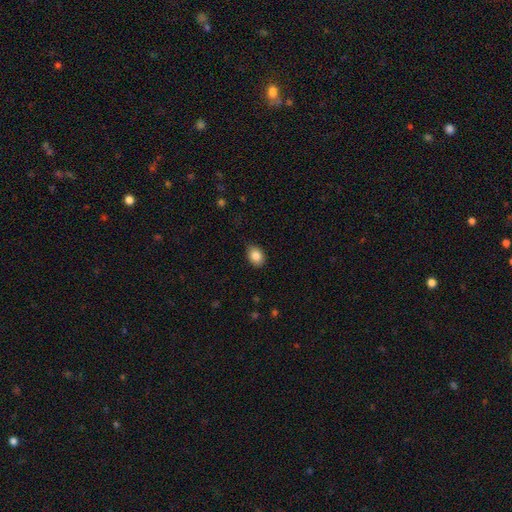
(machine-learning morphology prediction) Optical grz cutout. It shows a smooth galaxy with no disk features (86%) that is in between round and cigar-shaped (68%). Merging: none (81%).